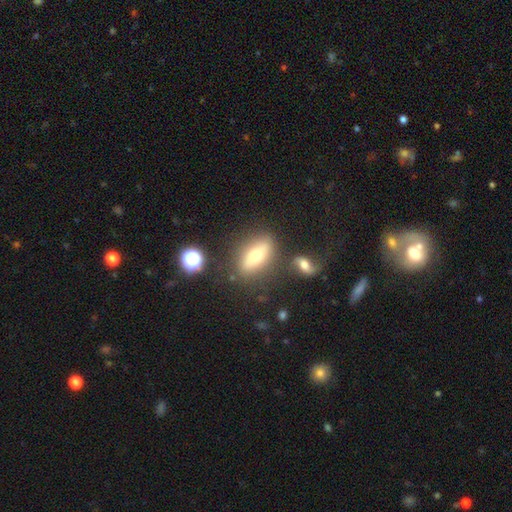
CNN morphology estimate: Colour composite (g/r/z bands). It shows a smooth galaxy with no disk features (56%) that is in between round and cigar-shaped (69%). Merging: none (76%).